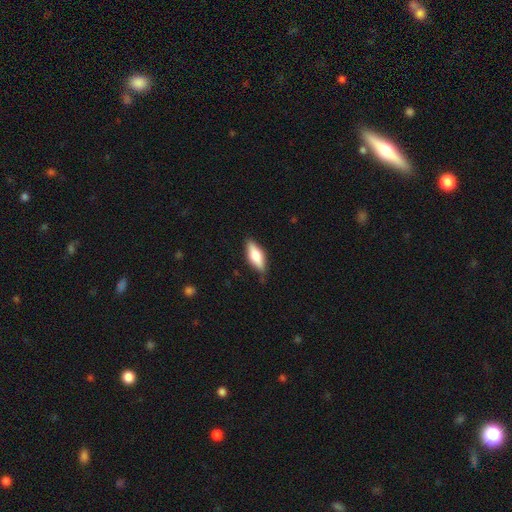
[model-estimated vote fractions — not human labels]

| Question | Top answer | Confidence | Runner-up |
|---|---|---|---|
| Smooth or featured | smooth | 65% | featured or disk (29%) |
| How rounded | in between | 68% | cigar-shaped (30%) |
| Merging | none | 83% | minor disturbance (13%) |